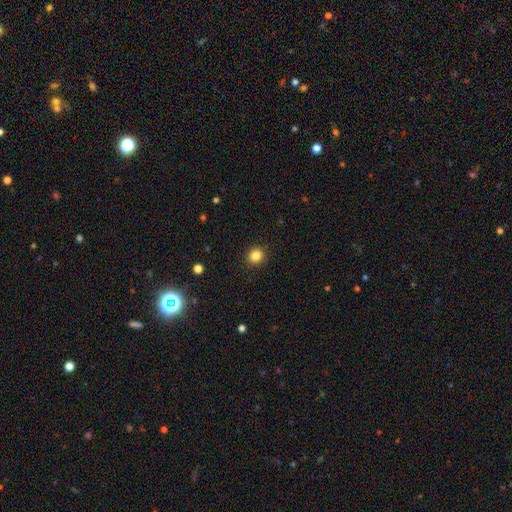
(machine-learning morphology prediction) This appears to be a smooth galaxy with no disk features (84%) that is round (86%). Merging: none (92%).